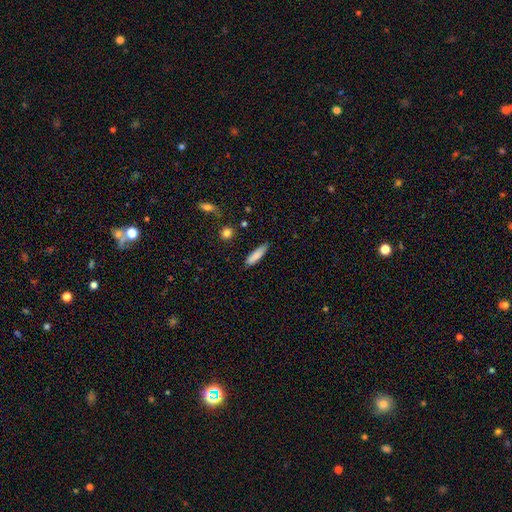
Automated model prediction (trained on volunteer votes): This is clearly a smooth galaxy (85%). How rounded: likely cigar-shaped (73%). Merging: likely none (80%).